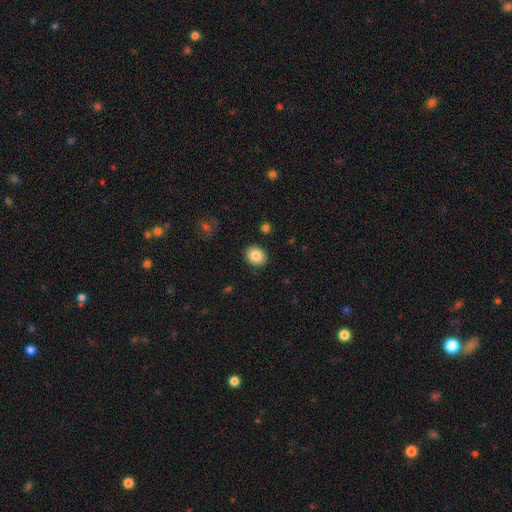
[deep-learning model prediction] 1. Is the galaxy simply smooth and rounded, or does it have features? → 86% smooth, 8% star or artifact, 6% featured or disk.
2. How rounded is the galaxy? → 56% round, 43% in between, 1% cigar-shaped.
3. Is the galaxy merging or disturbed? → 90% none, 7% minor disturbance, 2% major disturbance, 1% merger.